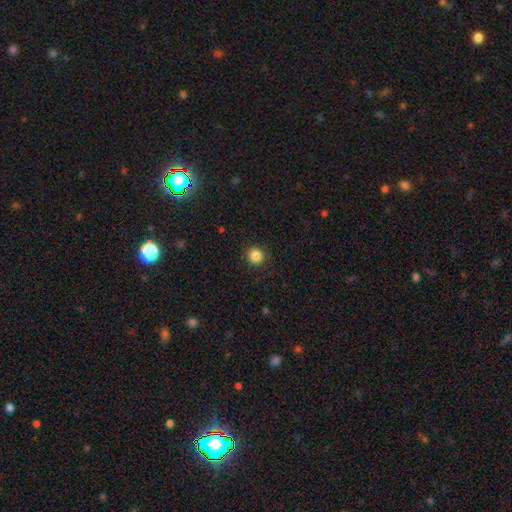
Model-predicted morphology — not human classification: This is clearly a smooth galaxy (86%). How rounded: clearly round (94%). Merging: clearly none (91%).